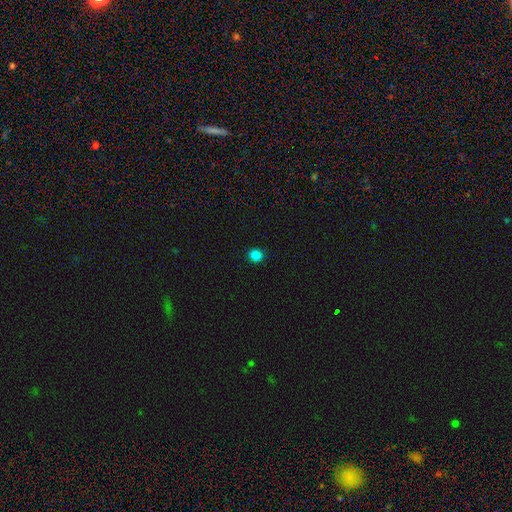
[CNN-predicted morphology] Smooth or featured? Predicted: smooth (p=0.83). How rounded? Predicted: round (p=0.88). Merging? Predicted: none (p=0.91).